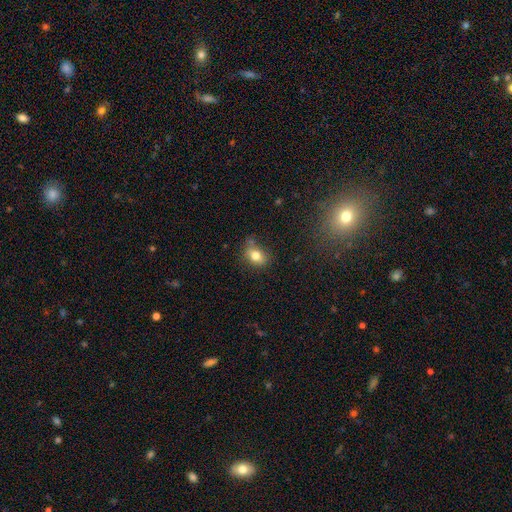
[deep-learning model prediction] Smooth or featured? Predicted: smooth (p=0.78). How rounded? Predicted: in between (p=0.67). Merging? Predicted: none (p=0.60).